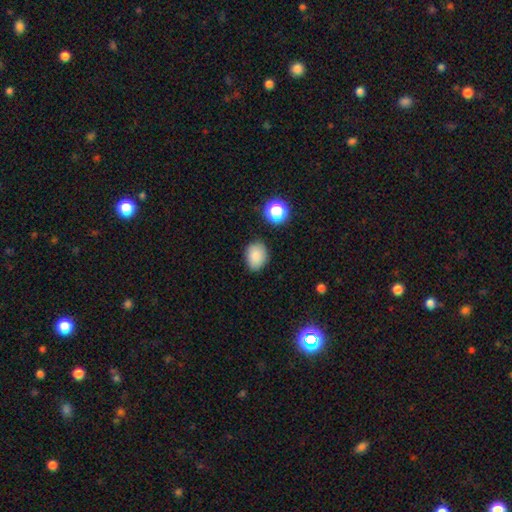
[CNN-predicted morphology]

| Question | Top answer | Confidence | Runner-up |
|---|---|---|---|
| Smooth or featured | smooth | 83% | star or artifact (10%) |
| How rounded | in between | 59% | round (40%) |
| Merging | none | 80% | minor disturbance (14%) |